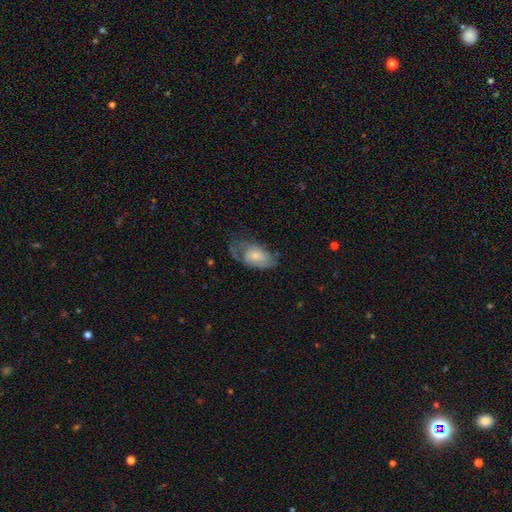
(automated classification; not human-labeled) The model was most divided on "merging": none: 35%, minor disturbance: 32%, major disturbance: 31%, merger: 2%. More confident: how rounded — in between (92%); smooth or featured — smooth (53%).